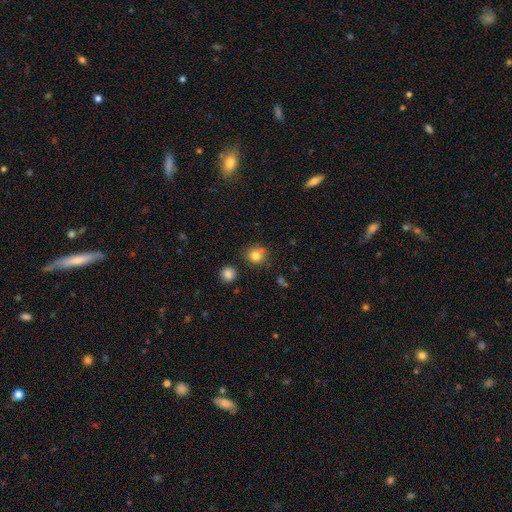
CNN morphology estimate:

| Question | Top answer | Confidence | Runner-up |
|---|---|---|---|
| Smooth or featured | smooth | 81% | star or artifact (12%) |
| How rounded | round | 86% | in between (13%) |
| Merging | none | 79% | minor disturbance (13%) |